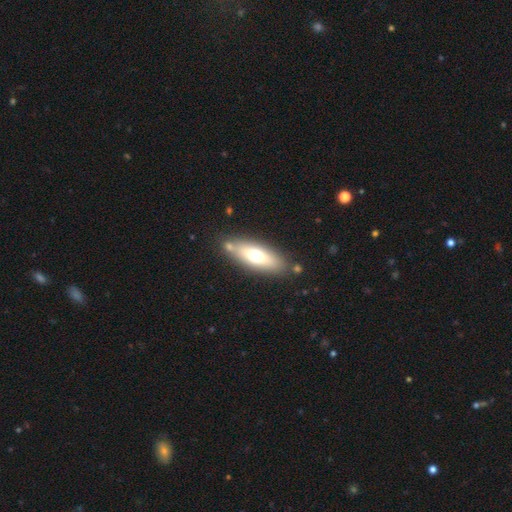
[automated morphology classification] A smooth galaxy with no disk features (62%) that is in between round and cigar-shaped (61%).

Vote fractions:
- Smooth or featured? smooth: 62% / featured or disk: 31% / star or artifact: 7%
- How rounded? in between: 61% / cigar-shaped: 36% / round: 3%
- Merging? none: 77% / minor disturbance: 12% / merger: 7% / major disturbance: 4%